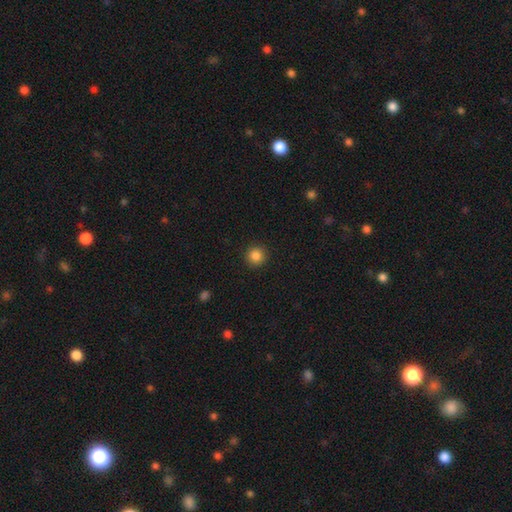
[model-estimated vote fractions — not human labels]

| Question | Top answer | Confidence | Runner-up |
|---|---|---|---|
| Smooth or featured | smooth | 86% | star or artifact (10%) |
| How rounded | round | 95% | in between (4%) |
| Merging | none | 92% | minor disturbance (5%) |